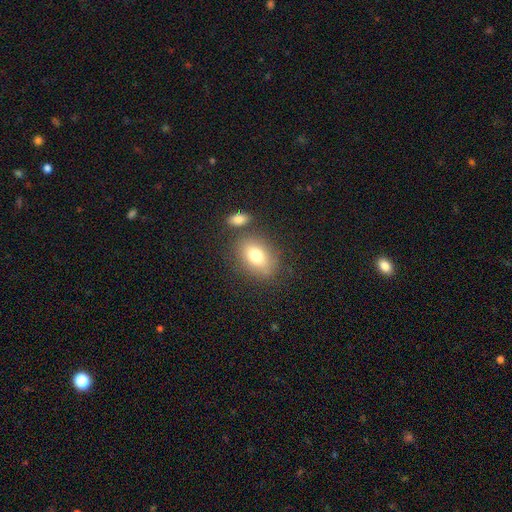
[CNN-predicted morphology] Smooth or featured?
  - smooth: 75% *
  - featured or disk: 15%
  - star or artifact: 10%
How rounded?
  - in between: 74% *
  - round: 24%
  - cigar-shaped: 2%
Merging?
  - none: 73% *
  - minor disturbance: 12%
  - merger: 10%
  - major disturbance: 4%